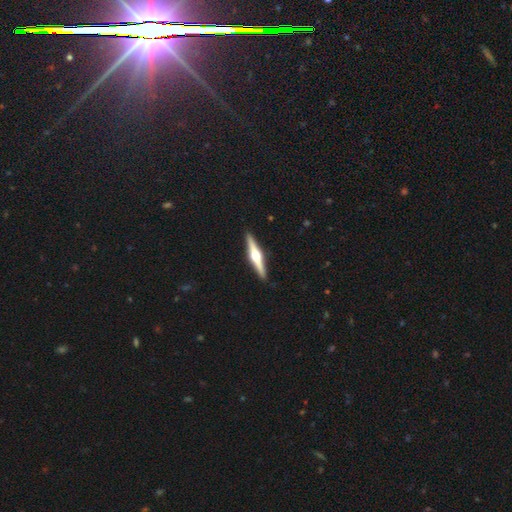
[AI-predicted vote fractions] featured or disk 80%, smooth 16%, star or artifact 4%. Down the decision tree: edge-on disk — yes (98%); edge-on bulge — rounded (96%); merging — none (92%).